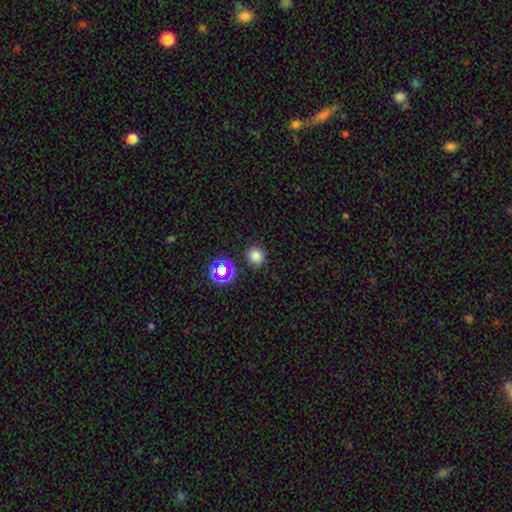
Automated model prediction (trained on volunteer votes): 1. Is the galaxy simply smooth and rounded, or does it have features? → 77% smooth, 19% star or artifact, 5% featured or disk.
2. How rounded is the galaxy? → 82% round, 17% in between, 1% cigar-shaped.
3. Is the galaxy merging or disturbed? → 85% none, 9% minor disturbance, 3% merger, 3% major disturbance.